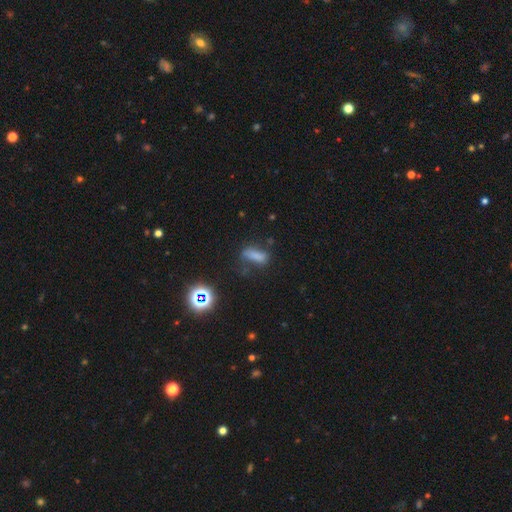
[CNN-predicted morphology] smooth-or-featured: smooth: 69% | star or artifact: 18% | featured or disk: 13%
  how-rounded: in between: 56% | cigar-shaped: 39% | round: 5%
  merging: none: 48% | minor disturbance: 27% | major disturbance: 19% | merger: 6%